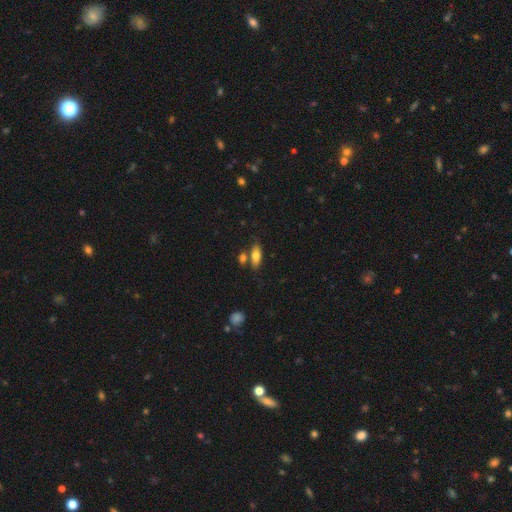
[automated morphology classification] type=smooth (72%); roundness=in between (73%); merging=none (66%).